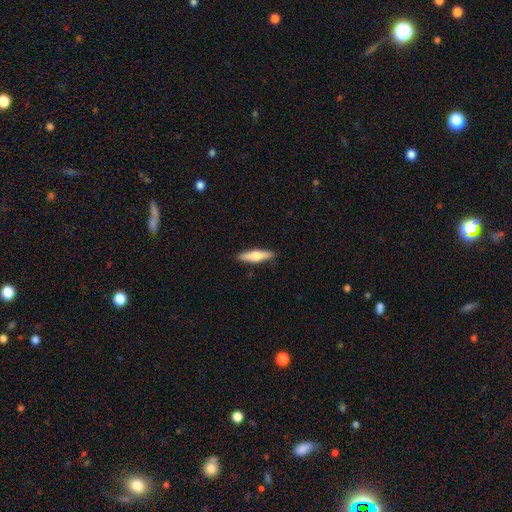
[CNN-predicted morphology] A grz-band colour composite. It shows a smooth galaxy with no disk features (57%) that is cigar-shaped (68%). Merging: none (90%).